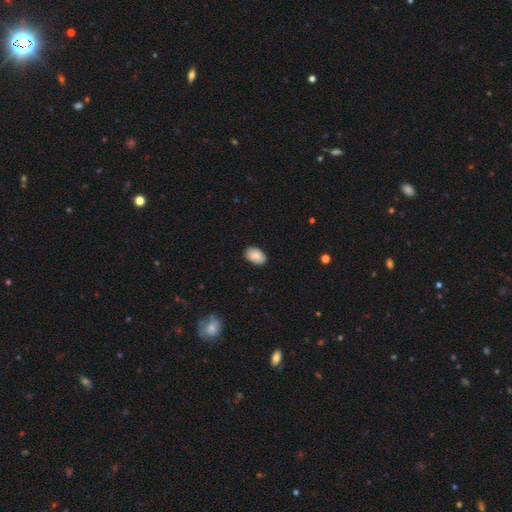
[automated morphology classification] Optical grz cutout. It shows a smooth galaxy with no disk features (89%) that is in between round and cigar-shaped (90%). Merging: none (86%).